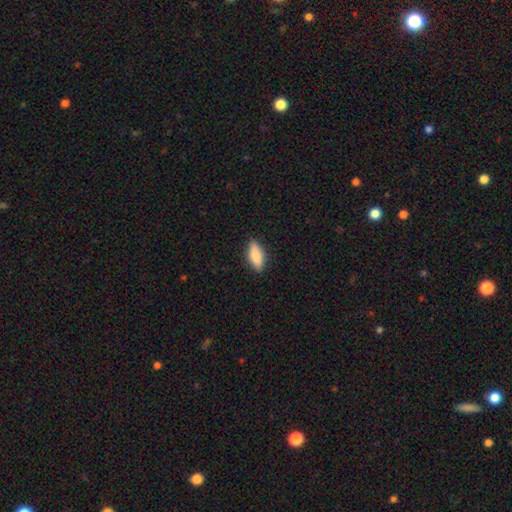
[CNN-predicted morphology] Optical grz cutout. It shows a smooth galaxy with no disk features (82%) that is in between round and cigar-shaped (71%). Merging: none (87%).